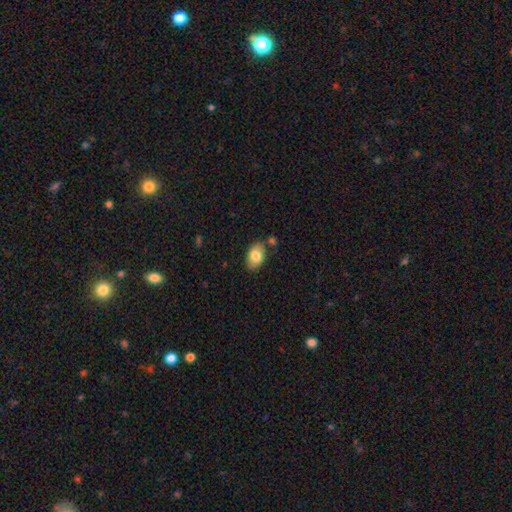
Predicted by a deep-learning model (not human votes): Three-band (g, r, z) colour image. It shows a smooth galaxy with no disk features (81%) that is in between round and cigar-shaped (87%). Merging: none (76%).